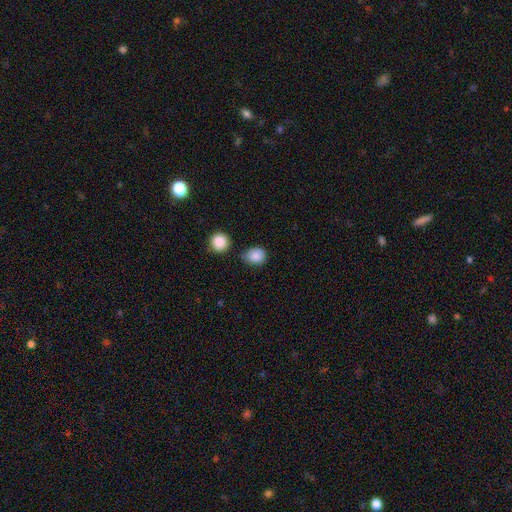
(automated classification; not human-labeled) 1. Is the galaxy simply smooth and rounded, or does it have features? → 86% smooth, 10% star or artifact, 5% featured or disk.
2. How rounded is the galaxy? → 59% round, 40% in between, 1% cigar-shaped.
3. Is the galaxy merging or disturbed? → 68% none, 20% minor disturbance, 8% merger, 4% major disturbance.